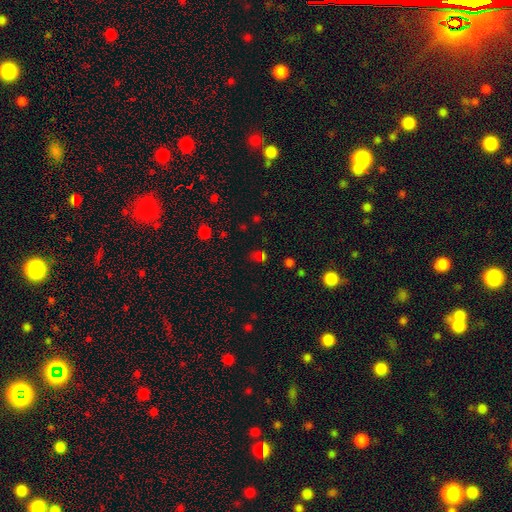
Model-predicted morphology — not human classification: smooth_or_featured: smooth (p=0.47) [alt: star or artifact p=0.45]
merging: none (p=0.61) [alt: minor disturbance p=0.17]